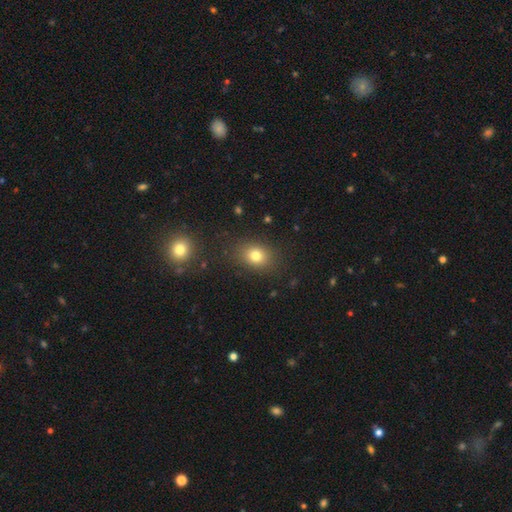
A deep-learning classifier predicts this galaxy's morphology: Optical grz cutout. It shows a smooth galaxy with no disk features (78%) that is in between round and cigar-shaped (52%). Merging: none (83%).